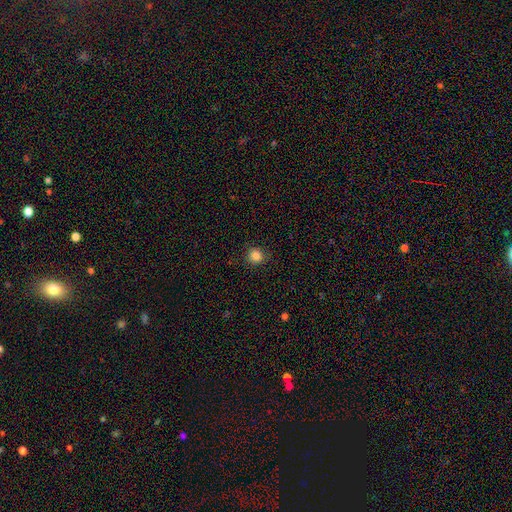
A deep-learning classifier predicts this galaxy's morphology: Overall: smooth (85%). How rounded: round (90%). Merging: none (88%).